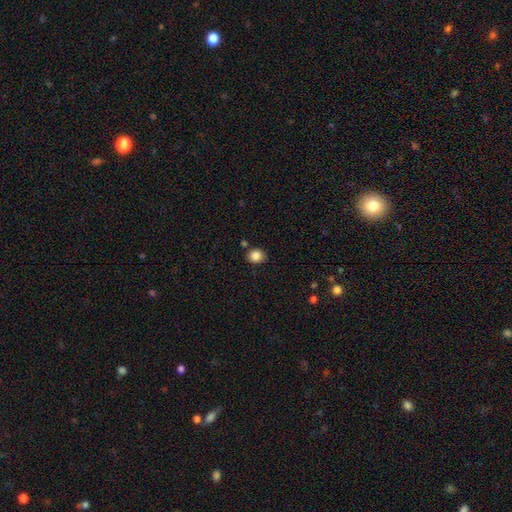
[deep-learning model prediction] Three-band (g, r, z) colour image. It shows a smooth galaxy with no disk features (85%) that is round (68%). Merging: none (82%).